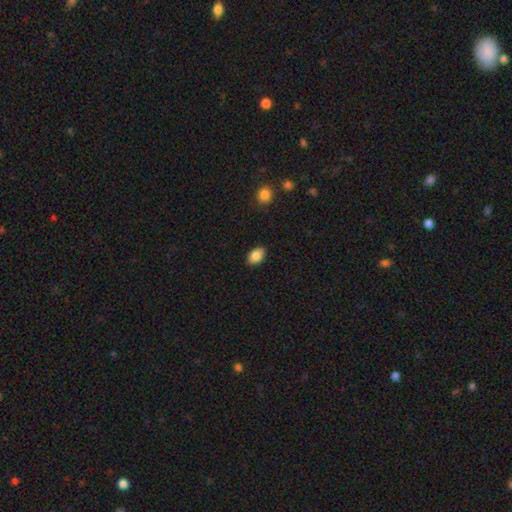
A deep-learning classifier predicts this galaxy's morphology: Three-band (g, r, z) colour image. It shows a smooth galaxy with no disk features (87%) that is in between round and cigar-shaped (87%). Merging: none (88%).